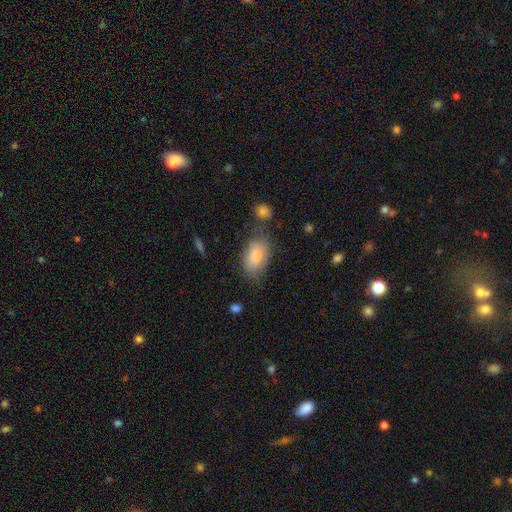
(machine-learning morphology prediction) smooth 83%, featured or disk 10%, star or artifact 7%. Down the decision tree: how rounded — in between (92%); merging — none (62%).